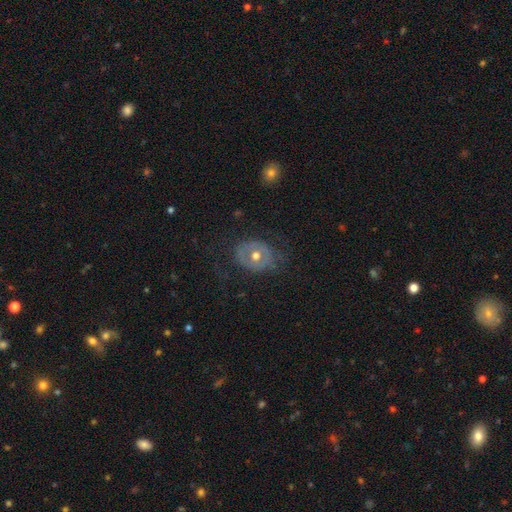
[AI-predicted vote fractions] Overall: featured or disk (53%; smooth 39%). Edge-on disk: no (95%). Merging: none (66%).